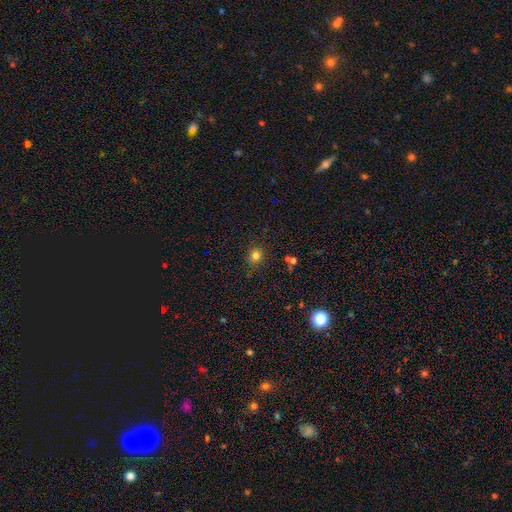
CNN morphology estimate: smooth_or_featured: smooth (p=0.79) [alt: star or artifact p=0.16]
how_rounded: round (p=0.85) [alt: in between p=0.14]
merging: none (p=0.86) [alt: minor disturbance p=0.09]